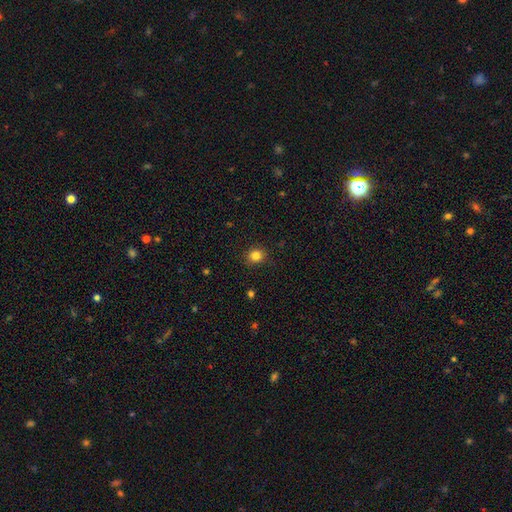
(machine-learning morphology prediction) smooth_or_featured: smooth (p=0.83) [alt: star or artifact p=0.12]
how_rounded: round (p=0.83) [alt: in between p=0.16]
merging: none (p=0.89) [alt: minor disturbance p=0.07]